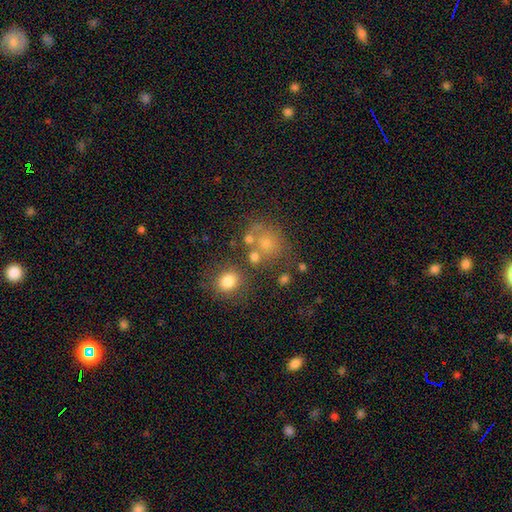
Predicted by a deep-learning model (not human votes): The model was most divided on "merging": none: 52%, merger: 22%, minor disturbance: 16%, major disturbance: 11%. More confident: how rounded — round (72%); smooth or featured — smooth (60%).